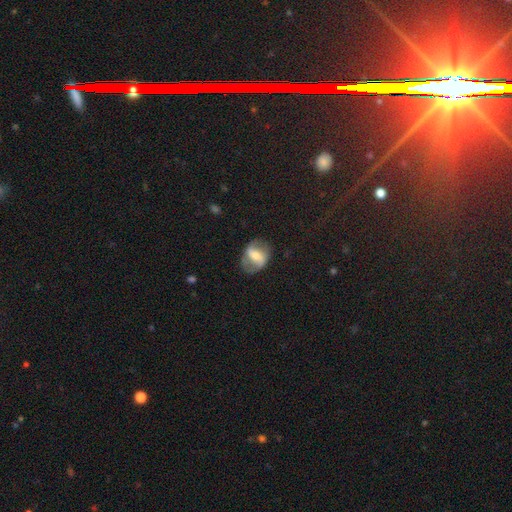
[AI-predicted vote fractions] Smooth or featured? featured or disk (63%)
Edge-on disk? no (94%)
Bar? strong (51%)
Spiral arms? yes (70%)
Bulge size? moderate (47%)
Merging? none (68%)